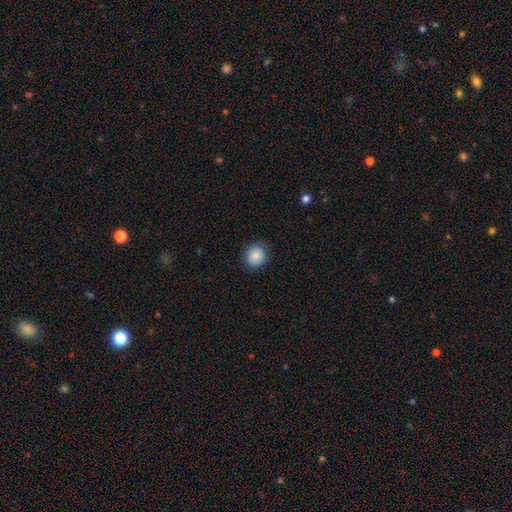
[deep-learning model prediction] smooth-or-featured: smooth: 87% | star or artifact: 8% | featured or disk: 5%
  how-rounded: round: 81% | in between: 18% | cigar-shaped: 1%
  merging: none: 84% | minor disturbance: 12% | major disturbance: 3% | merger: 1%